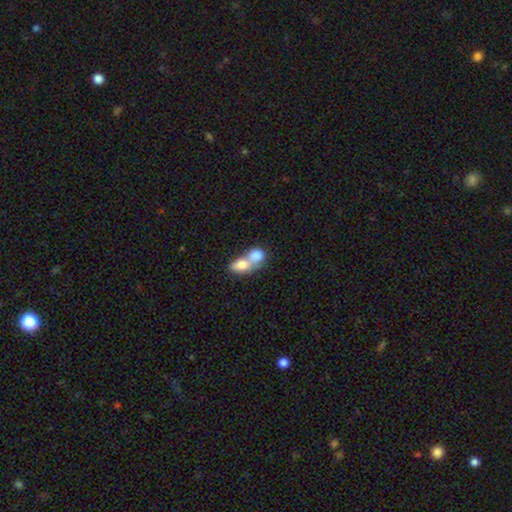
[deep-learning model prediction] Q: Smooth or featured?
A: smooth (76%); runner-up: featured or disk (17%)
Q: How rounded?
A: in between (60%); runner-up: round (37%)
Q: Merging?
A: merger (78%); runner-up: none (14%)